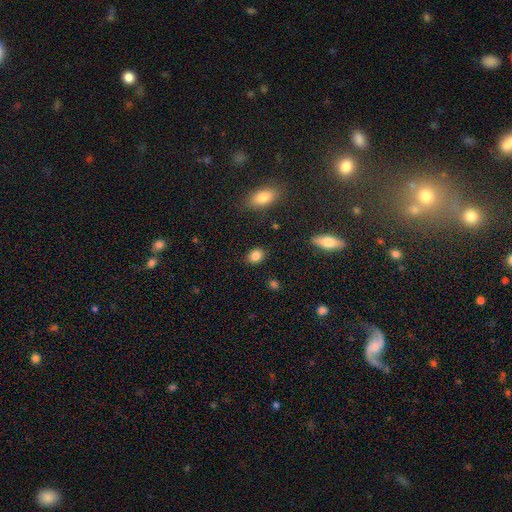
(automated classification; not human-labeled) This is clearly a smooth galaxy (85%). How rounded: possibly in between (58%). Merging: clearly none (86%).